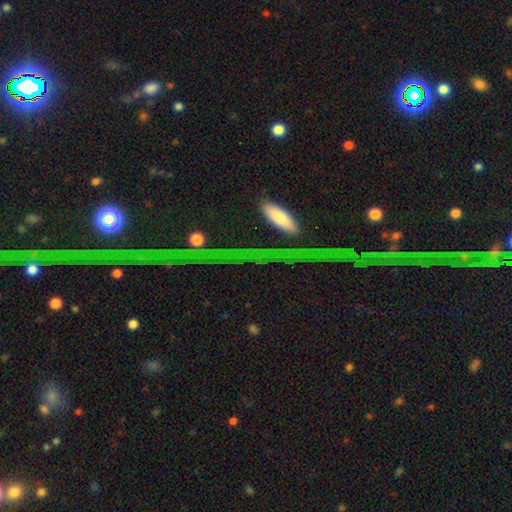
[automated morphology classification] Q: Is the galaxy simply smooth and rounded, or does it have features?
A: star or artifact — 44%.